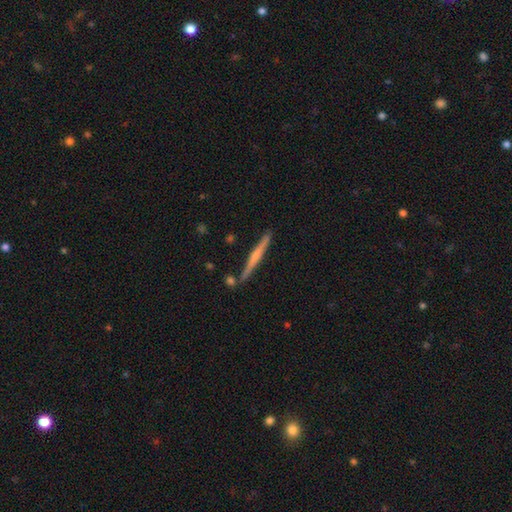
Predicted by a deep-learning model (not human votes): Smooth or featured: featured or disk — 57% (smooth — 38%)
Edge-on disk: yes — 98% (no — 2%)
Edge-on bulge: rounded — 43% (tied with none — 43%)
Merging: none — 84% (minor disturbance — 9%)